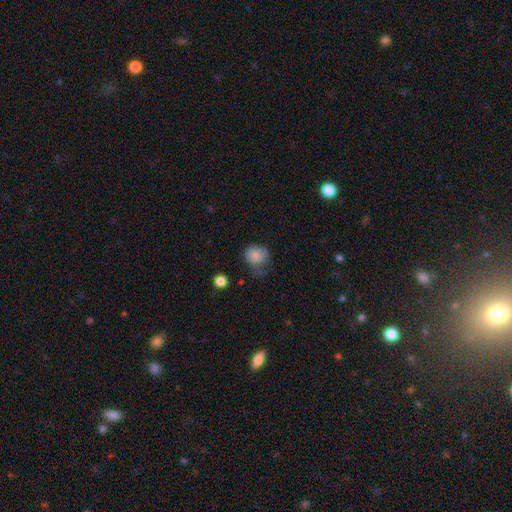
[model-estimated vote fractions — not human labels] A smooth galaxy with no disk features (81%) that is round (75%).

Vote fractions:
- Smooth or featured? smooth: 81% / featured or disk: 11% / star or artifact: 8%
- How rounded? round: 75% / in between: 24% / cigar-shaped: 1%
- Merging? none: 41% / minor disturbance: 33% / major disturbance: 24% / merger: 3%